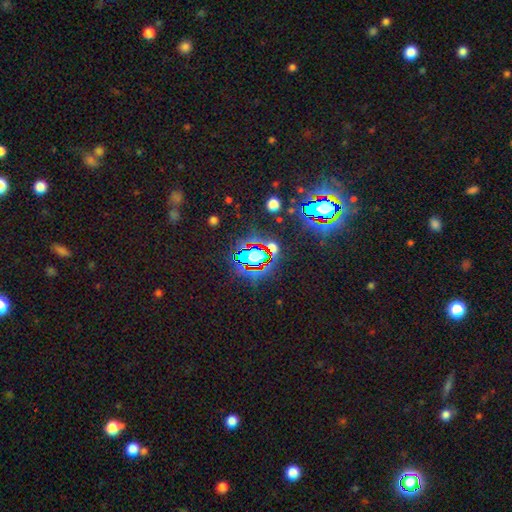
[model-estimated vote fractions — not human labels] Overall: star or artifact (67%).